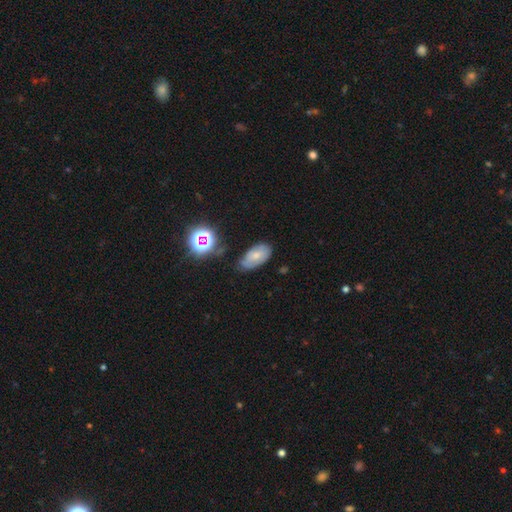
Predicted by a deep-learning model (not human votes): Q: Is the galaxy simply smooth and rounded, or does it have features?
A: smooth — 55%.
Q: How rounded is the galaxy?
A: in between — 92%.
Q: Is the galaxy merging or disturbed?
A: none — 57%.